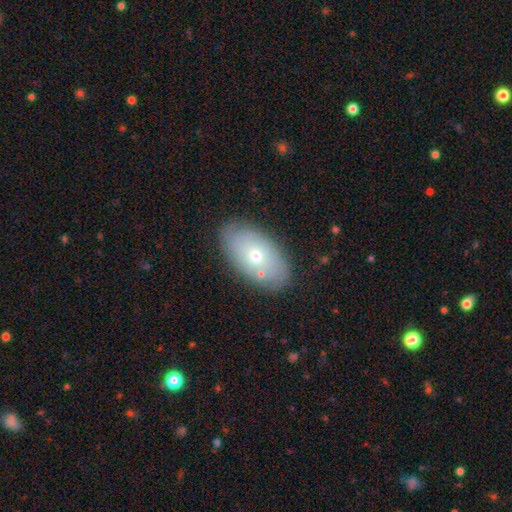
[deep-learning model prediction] The model was most divided on "smooth or featured": smooth: 51%, featured or disk: 41%, star or artifact: 8%. More confident: how rounded — in between (92%); merging — none (80%).